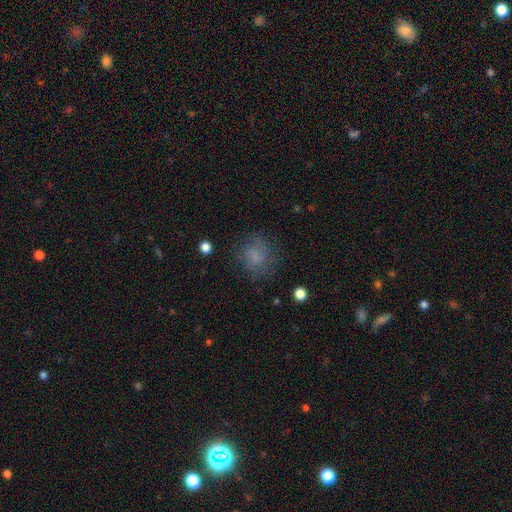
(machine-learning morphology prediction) Smooth or featured? smooth (65%)
How rounded? round (74%)
Merging? none (70%)